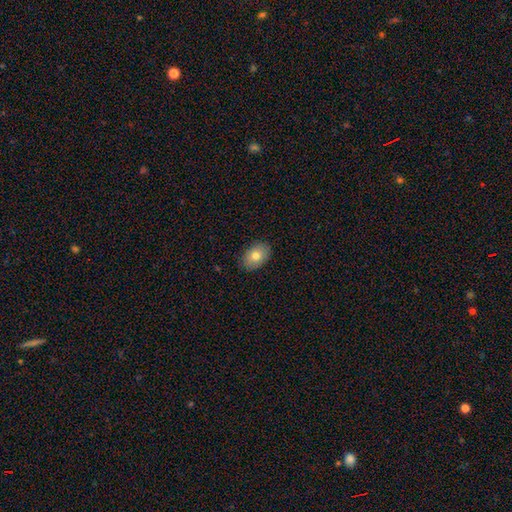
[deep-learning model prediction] Q: Smooth or featured?
A: smooth (78%); runner-up: featured or disk (15%)
Q: How rounded?
A: in between (84%); runner-up: round (15%)
Q: Merging?
A: none (88%); runner-up: minor disturbance (9%)